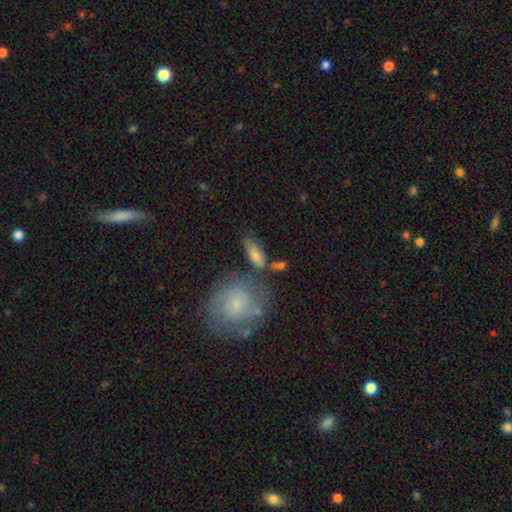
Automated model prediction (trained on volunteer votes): Morphology: type=smooth (73%); roundness=in between (74%); merging=none (57%).